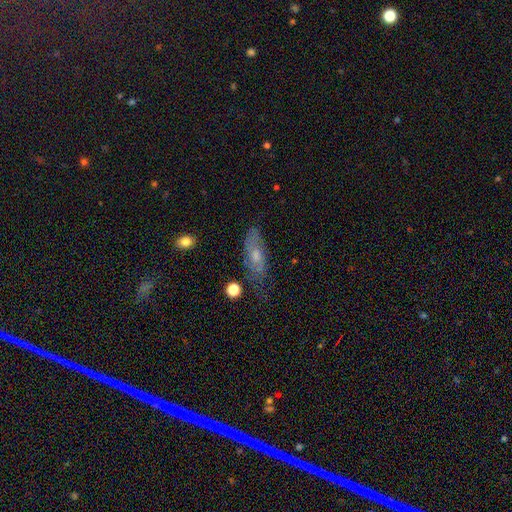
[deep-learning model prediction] smooth-or-featured: featured or disk: 48% | smooth: 40% | star or artifact: 12%
  merging: none: 59% | minor disturbance: 27% | major disturbance: 11% | merger: 3%